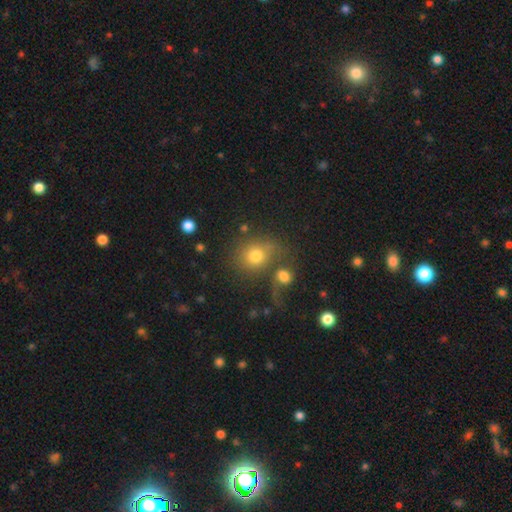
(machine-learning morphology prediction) Overall: smooth (72%). How rounded: round (75%). Merging: none (47%; merger 30%).